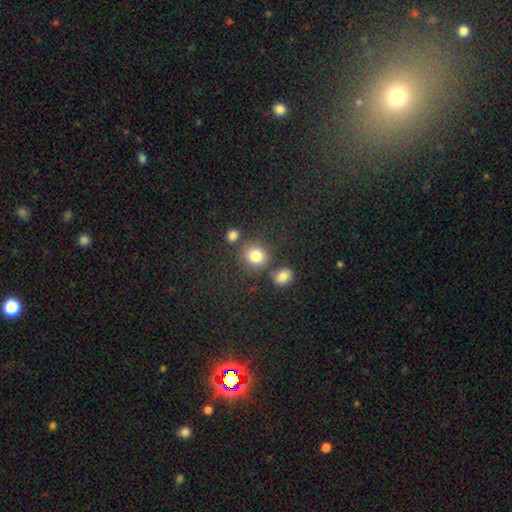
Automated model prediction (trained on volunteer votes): A smooth galaxy with no disk features (81%) that is round (83%).

Vote fractions:
- Smooth or featured? smooth: 81% / star or artifact: 13% / featured or disk: 7%
- How rounded? round: 83% / in between: 16% / cigar-shaped: 1%
- Merging? none: 71% / merger: 14% / minor disturbance: 11% / major disturbance: 5%